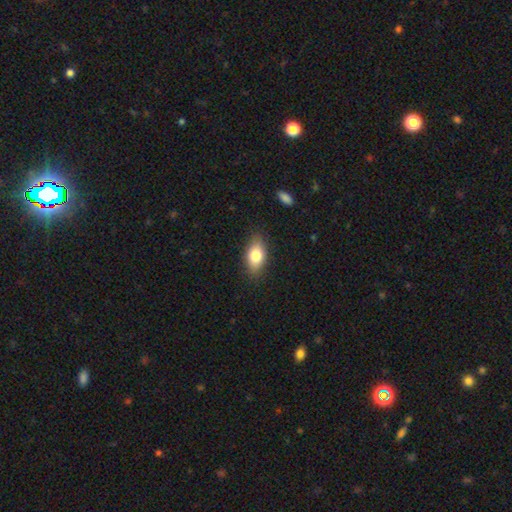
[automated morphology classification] Overall: smooth (79%). How rounded: in between (86%). Merging: none (84%).